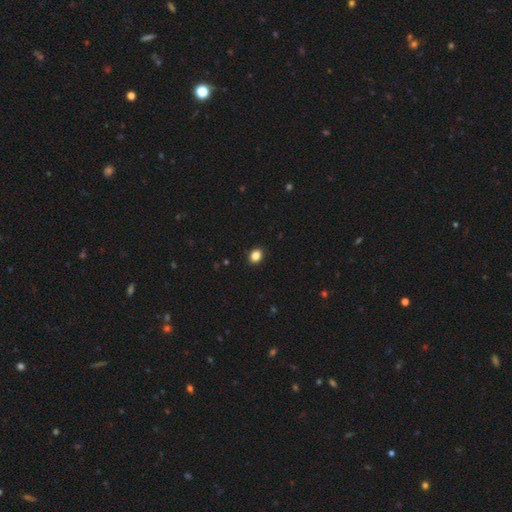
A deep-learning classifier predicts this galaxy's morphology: Smooth or featured?
  - smooth: 86% *
  - star or artifact: 10%
  - featured or disk: 4%
How rounded?
  - in between: 52% *
  - round: 47%
  - cigar-shaped: 1%
Merging?
  - none: 91% *
  - minor disturbance: 7%
  - major disturbance: 2%
  - merger: 1%